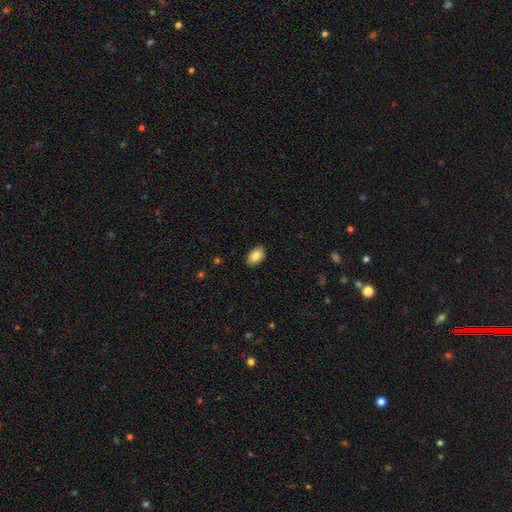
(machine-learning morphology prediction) A smooth galaxy with no disk features (85%) that is in between round and cigar-shaped (90%). Merging: none (88%).